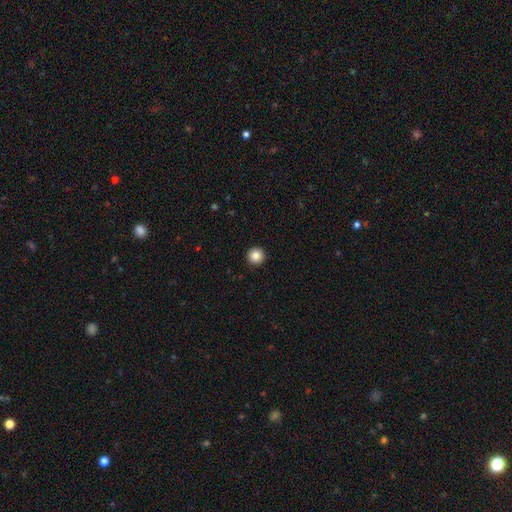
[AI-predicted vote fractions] Smooth or featured? Predicted: smooth (p=0.85). How rounded? Predicted: round (p=0.97). Merging? Predicted: none (p=0.94).